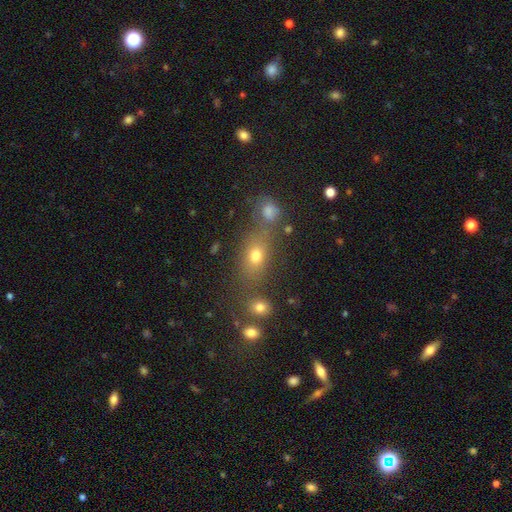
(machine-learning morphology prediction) Smooth or featured?
  - smooth: 66% *
  - star or artifact: 20%
  - featured or disk: 14%
How rounded?
  - in between: 66% *
  - round: 29%
  - cigar-shaped: 5%
Merging?
  - none: 59% *
  - merger: 23%
  - minor disturbance: 12%
  - major disturbance: 6%